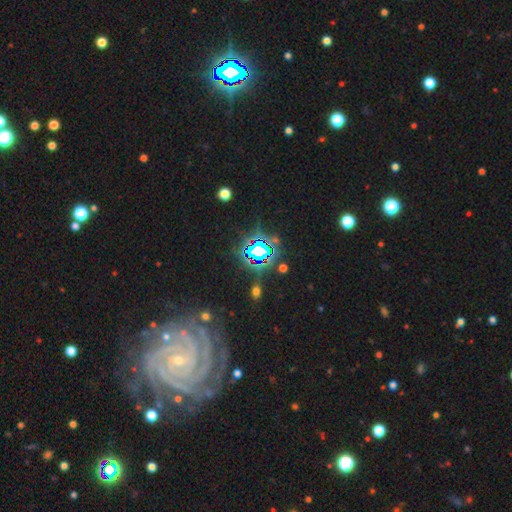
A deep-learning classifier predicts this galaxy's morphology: The model was most divided on "smooth or featured": star or artifact: 75%, smooth: 14%, featured or disk: 11%.